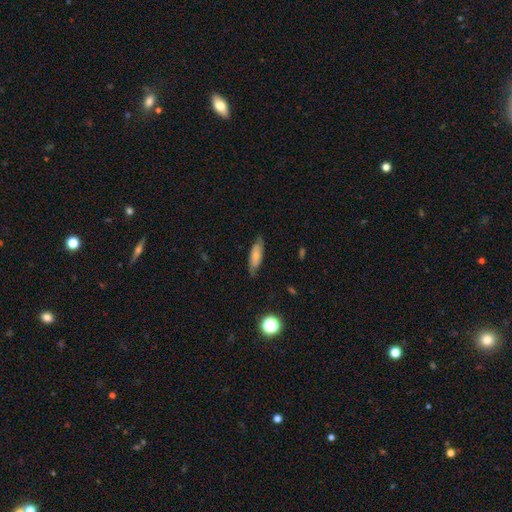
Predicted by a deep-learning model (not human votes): Overall: smooth (60%; featured or disk 33%). How rounded: in between (55%; cigar-shaped 43%). Merging: none (75%).